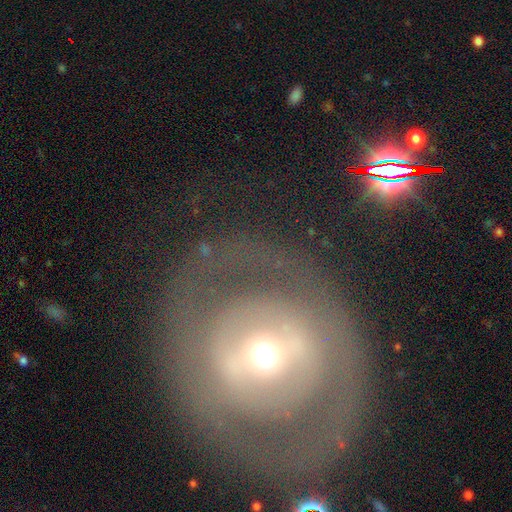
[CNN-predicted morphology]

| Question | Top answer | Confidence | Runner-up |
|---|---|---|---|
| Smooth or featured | featured or disk | 65% | smooth (26%) |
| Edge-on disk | no | 94% | yes (6%) |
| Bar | no | 41% | weak (32%) |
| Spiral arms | no | 69% | yes (31%) |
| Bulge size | moderate | 57% | small (33%) |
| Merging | none | 75% | minor disturbance (12%) |